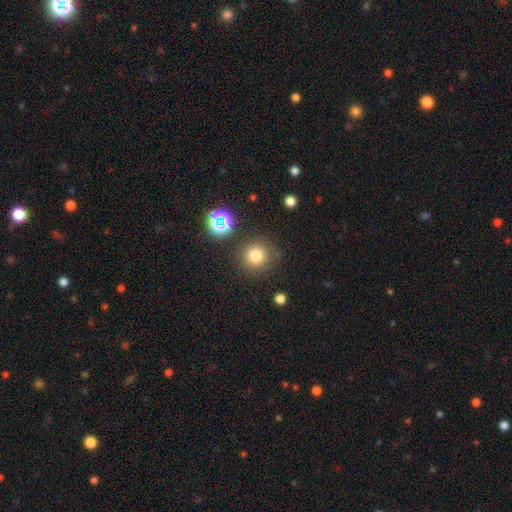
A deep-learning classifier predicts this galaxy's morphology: Smooth or featured? Predicted: smooth (p=0.78). How rounded? Predicted: round (p=0.94). Merging? Predicted: none (p=0.85).